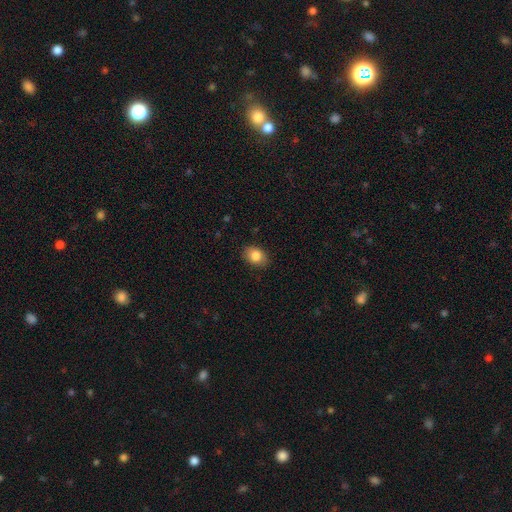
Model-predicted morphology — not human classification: smooth_or_featured: smooth (p=0.84) [alt: star or artifact p=0.08]
how_rounded: in between (p=0.76) [alt: round p=0.23]
merging: none (p=0.86) [alt: minor disturbance p=0.11]